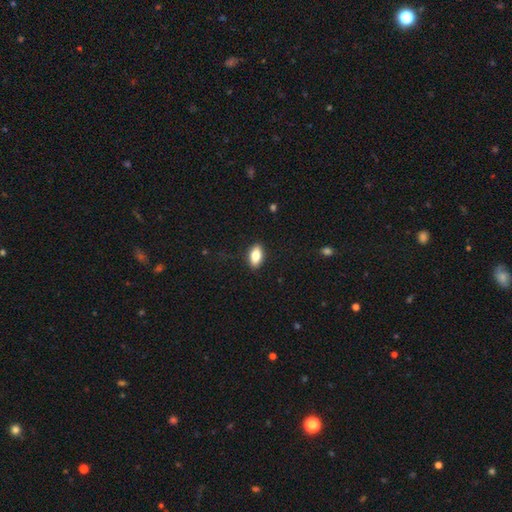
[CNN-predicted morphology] This is clearly a smooth galaxy (80%). How rounded: clearly in between (88%). Merging: clearly none (88%).